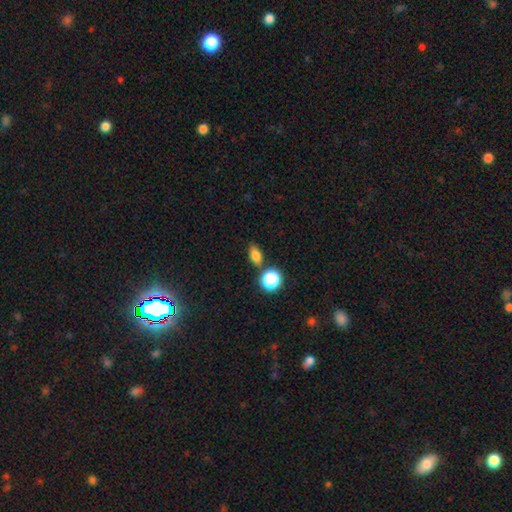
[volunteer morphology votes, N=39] Smooth or featured? 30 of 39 (77%) said smooth. How rounded? 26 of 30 (87%) said in between. Merging? 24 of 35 (69%) said none.